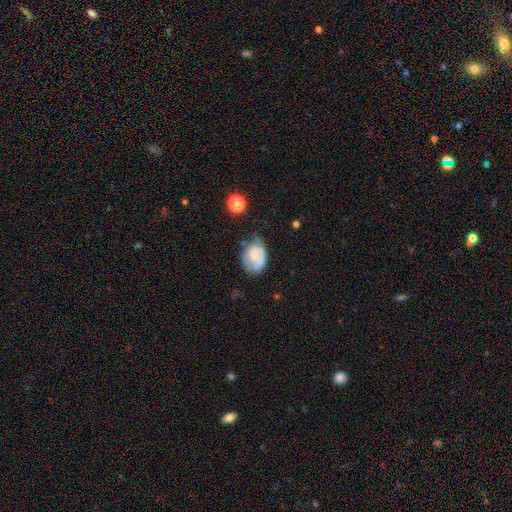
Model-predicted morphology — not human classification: A smooth galaxy with no disk features (53%) that is in between round and cigar-shaped (67%). Merging: none (41%).